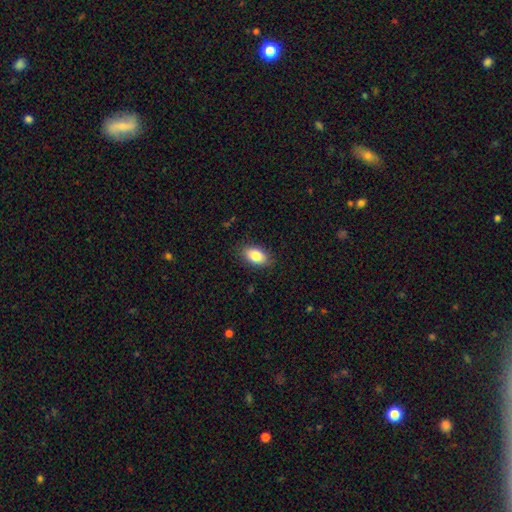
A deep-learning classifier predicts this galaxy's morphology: A smooth galaxy with no disk features (83%) that is in between round and cigar-shaped (92%).

Vote fractions:
- Smooth or featured? smooth: 83% / featured or disk: 10% / star or artifact: 7%
- How rounded? in between: 92% / round: 6% / cigar-shaped: 2%
- Merging? none: 86% / minor disturbance: 10% / major disturbance: 2% / merger: 1%